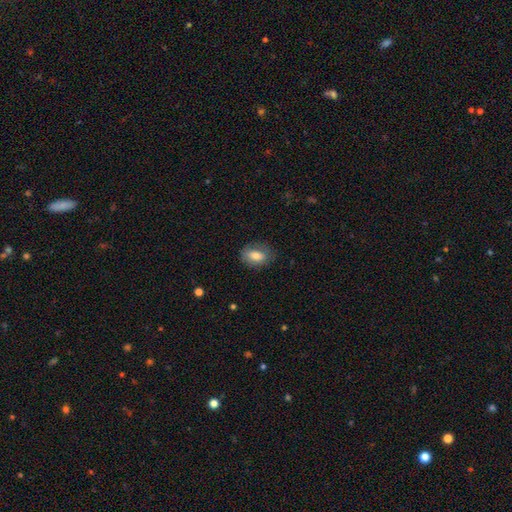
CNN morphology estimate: smooth 74%, featured or disk 18%, star or artifact 8%. Down the decision tree: how rounded — in between (81%); merging — none (77%).